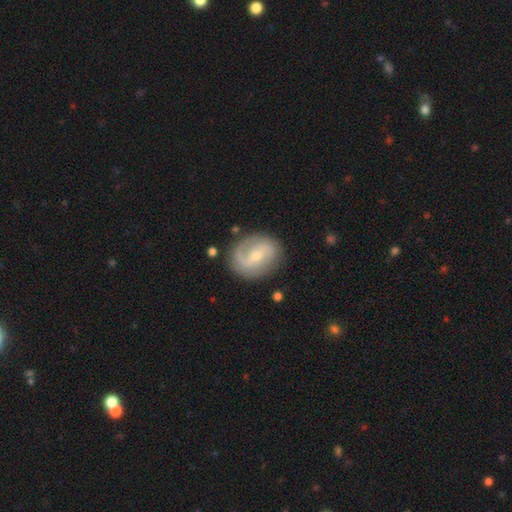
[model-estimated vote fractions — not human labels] Smooth or featured? Predicted: featured or disk (p=0.77). Edge-on disk? Predicted: no (p=0.97). Bar? Predicted: weak (p=0.47). Spiral arms? Predicted: yes (p=0.89). Spiral winding? Predicted: medium (p=0.43). Spiral arm count? Predicted: 2 (p=0.78). Bulge size? Predicted: small (p=0.56). Merging? Predicted: none (p=0.79).